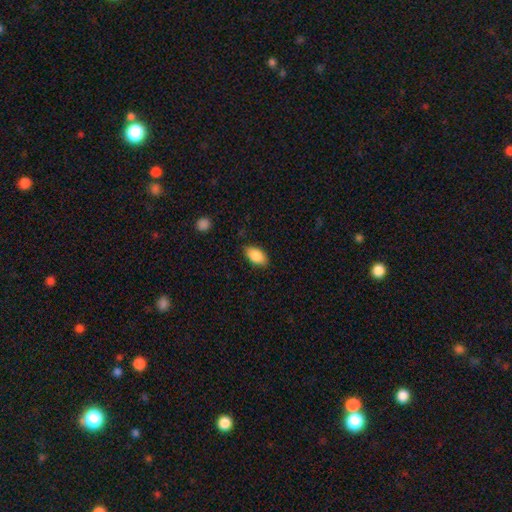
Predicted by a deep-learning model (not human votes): Smooth or featured: smooth — 88% (star or artifact — 7%)
How rounded: in between — 93% (round — 4%)
Merging: none — 84% (minor disturbance — 12%)